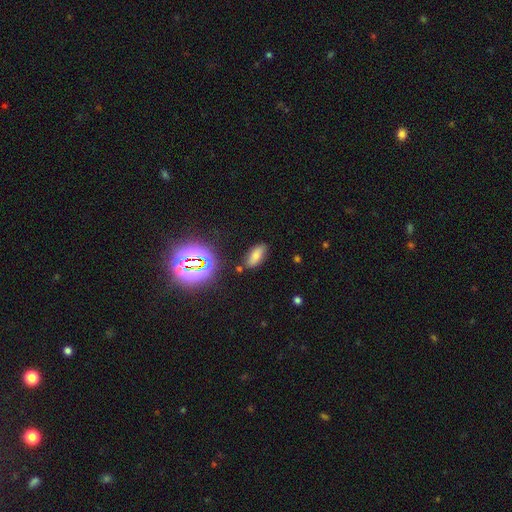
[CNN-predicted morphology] Q: Smooth or featured?
A: smooth (68%); runner-up: star or artifact (20%)
Q: How rounded?
A: in between (82%); runner-up: cigar-shaped (14%)
Q: Merging?
A: none (80%); runner-up: minor disturbance (13%)